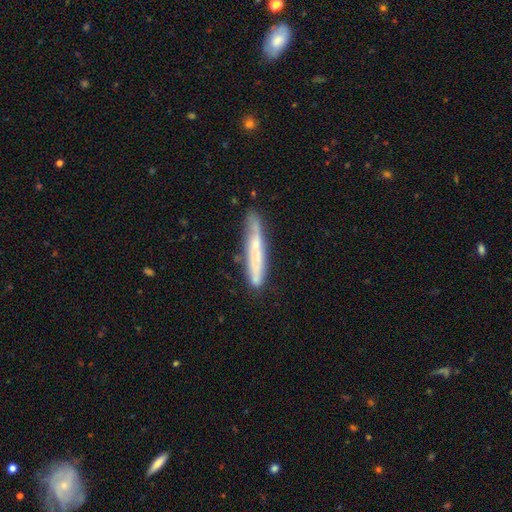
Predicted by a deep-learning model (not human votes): This appears to be a featured or disk galaxy (48%). Merging: none (77%).